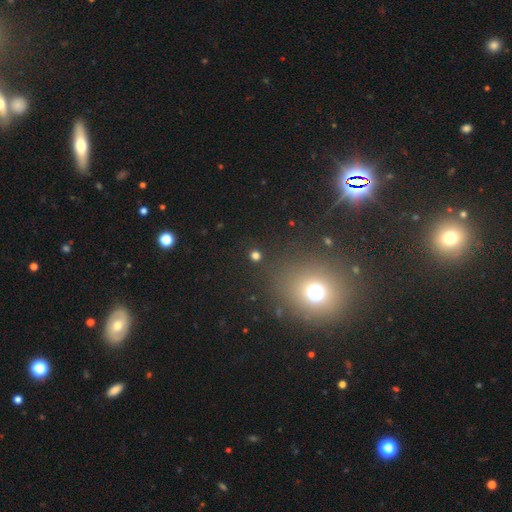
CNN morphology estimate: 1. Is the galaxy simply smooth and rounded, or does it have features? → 68% smooth, 27% star or artifact, 5% featured or disk.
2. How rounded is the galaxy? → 88% round, 11% in between, 1% cigar-shaped.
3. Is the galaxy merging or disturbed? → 88% none, 6% minor disturbance, 3% major disturbance, 3% merger.